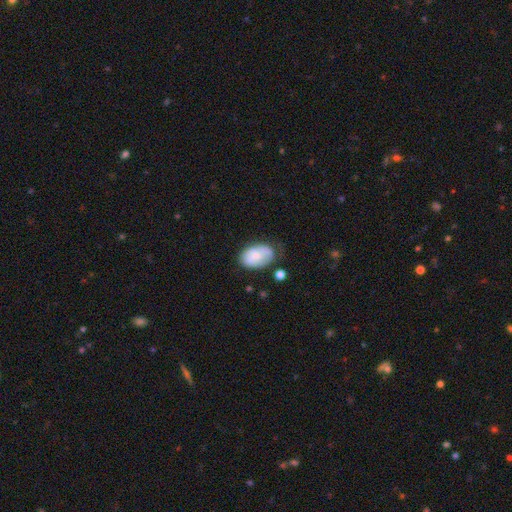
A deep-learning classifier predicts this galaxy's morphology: Q: Smooth or featured?
A: smooth (61%); runner-up: featured or disk (32%)
Q: How rounded?
A: in between (88%); runner-up: round (11%)
Q: Merging?
A: none (58%); runner-up: minor disturbance (30%)